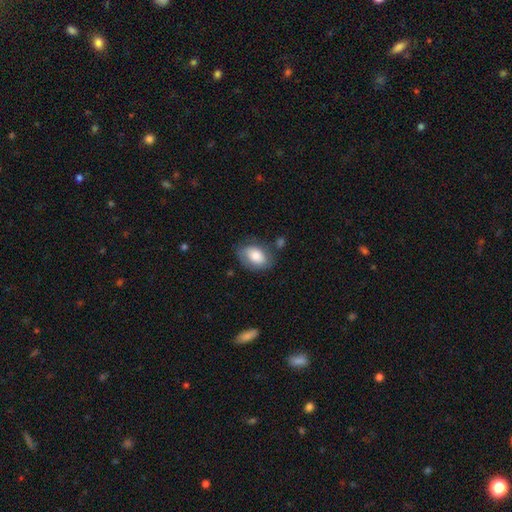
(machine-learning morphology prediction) Smooth or featured: smooth — 74% (featured or disk — 19%)
How rounded: in between — 86% (round — 13%)
Merging: none — 66% (minor disturbance — 22%)